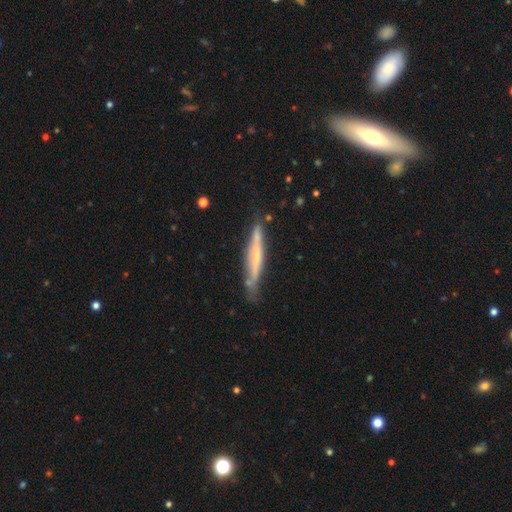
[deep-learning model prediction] Smooth or featured: featured or disk — 55% (smooth — 39%)
Edge-on disk: yes — 91% (no — 9%)
Merging: none — 73% (minor disturbance — 20%)